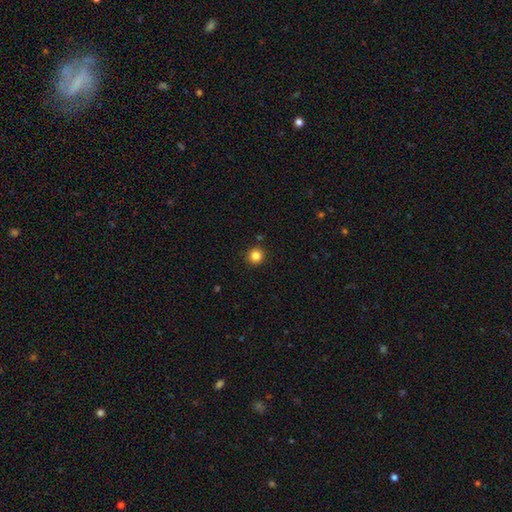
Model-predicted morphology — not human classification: A smooth galaxy with no disk features (84%) that is round (94%). Merging: none (91%).